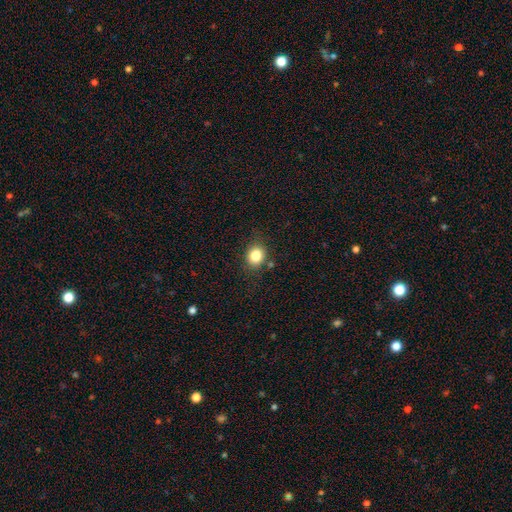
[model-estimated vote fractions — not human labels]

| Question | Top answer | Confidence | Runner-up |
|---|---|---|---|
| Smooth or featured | smooth | 82% | star or artifact (11%) |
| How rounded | round | 71% | in between (28%) |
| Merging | none | 82% | minor disturbance (11%) |